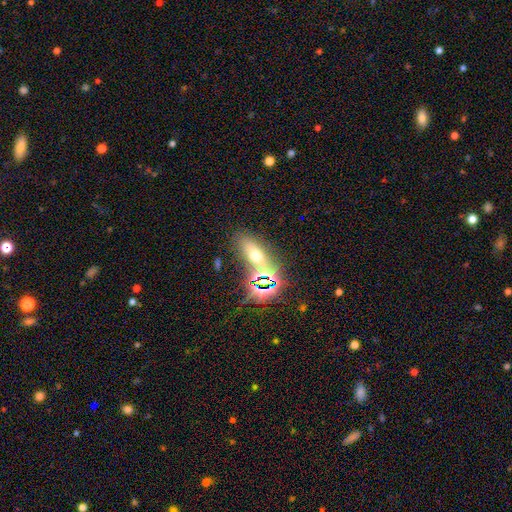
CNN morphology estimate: Smooth or featured: smooth — 46% (star or artifact — 35%)
Merging: none — 66% (merger — 15%)